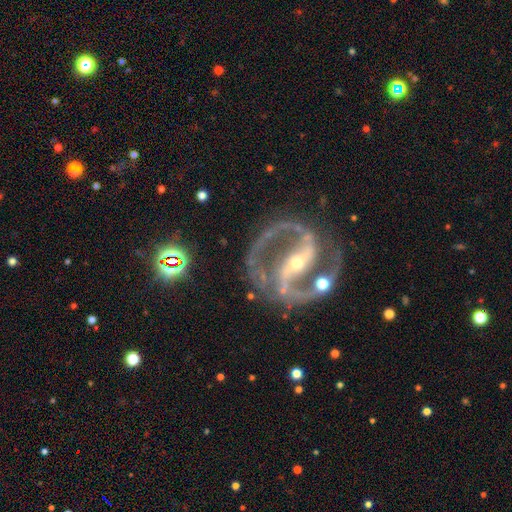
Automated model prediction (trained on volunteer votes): smooth-or-featured: featured or disk: 92% | star or artifact: 6% | smooth: 2%
  disk-edge-on: no: 97% | yes: 3%
    bar: strong: 75% | weak: 16% | no: 9%
    has-spiral-arms: yes: 98% | no: 2%
      spiral-winding: medium: 62% | tight: 25% | loose: 13%
      spiral-arm-count: 2: 93% | 3: 2% | can't tell: 2% | 1: 1% | 4: 1% | more than 4: 1%
    bulge-size: small: 67% | moderate: 29% | large: 2% | none: 1% | dominant: 1%
  merging: none: 73% | minor disturbance: 14% | major disturbance: 9% | merger: 4%